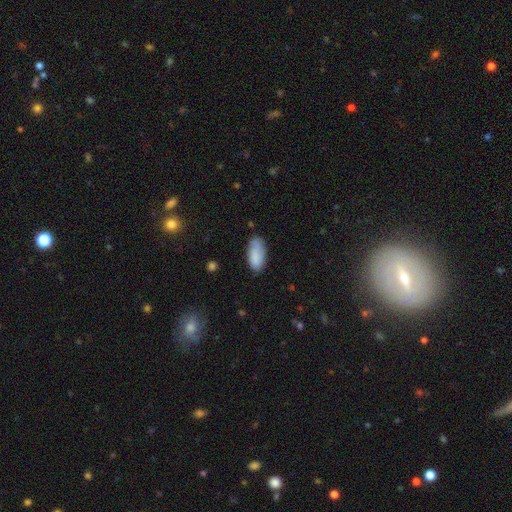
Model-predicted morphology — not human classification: Overall: smooth (79%). How rounded: in between (91%). Merging: none (65%; minor disturbance 26%).